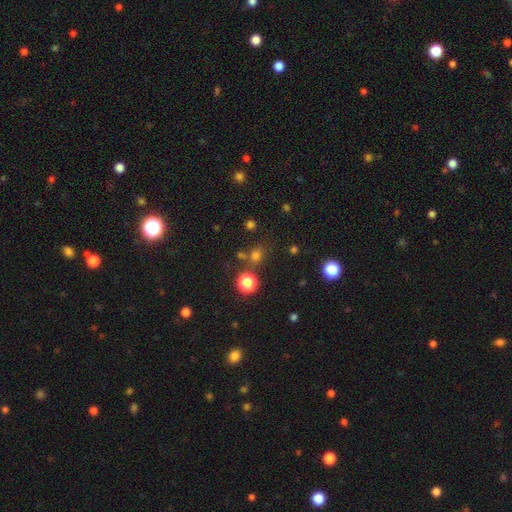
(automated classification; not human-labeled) Smooth or featured? smooth (68%)
How rounded? round (82%)
Merging? none (73%)